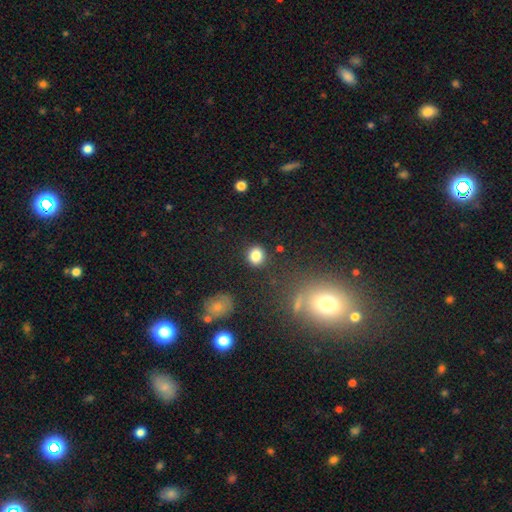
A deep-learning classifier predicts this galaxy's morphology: Smooth or featured? Predicted: smooth (p=0.83). How rounded? Predicted: round (p=0.77). Merging? Predicted: none (p=0.86).